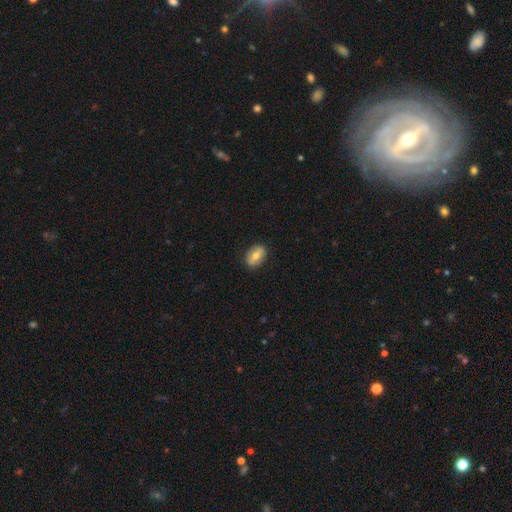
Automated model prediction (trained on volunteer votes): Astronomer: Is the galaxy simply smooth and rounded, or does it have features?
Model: smooth — 63%.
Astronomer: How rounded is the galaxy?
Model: in between — 84%.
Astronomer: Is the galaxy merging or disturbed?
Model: none — 87%.